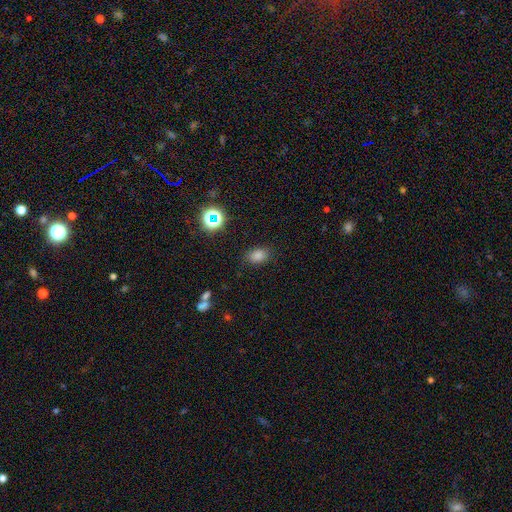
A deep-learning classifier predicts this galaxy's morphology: This is likely a smooth galaxy (77%). How rounded: likely in between (77%). Merging: clearly none (84%).